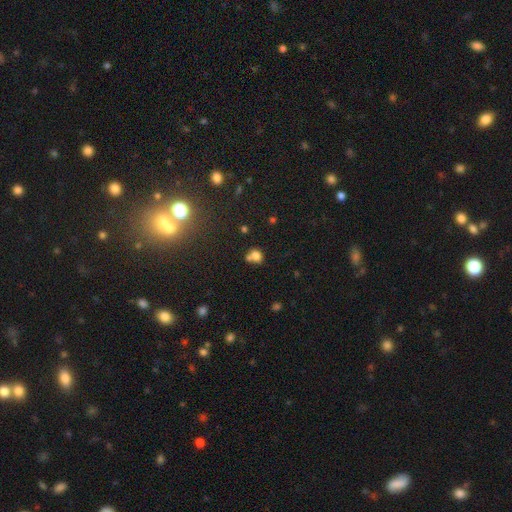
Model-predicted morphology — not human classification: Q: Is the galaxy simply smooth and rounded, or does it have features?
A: smooth — 75%.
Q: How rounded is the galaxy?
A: round — 57%.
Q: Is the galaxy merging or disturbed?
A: none — 44%.